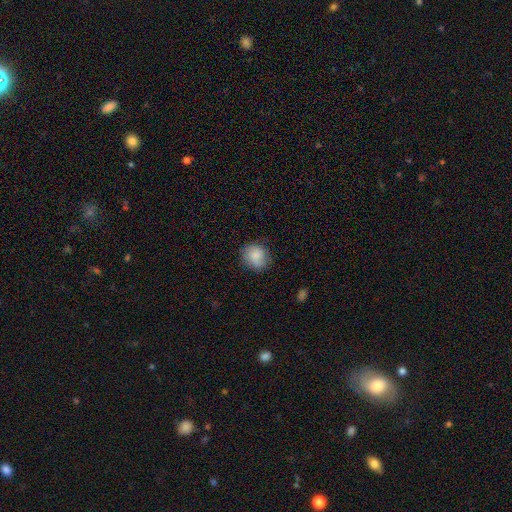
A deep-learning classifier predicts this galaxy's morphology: Smooth or featured? Predicted: smooth (p=0.80). How rounded? Predicted: round (p=0.76). Merging? Predicted: none (p=0.76).